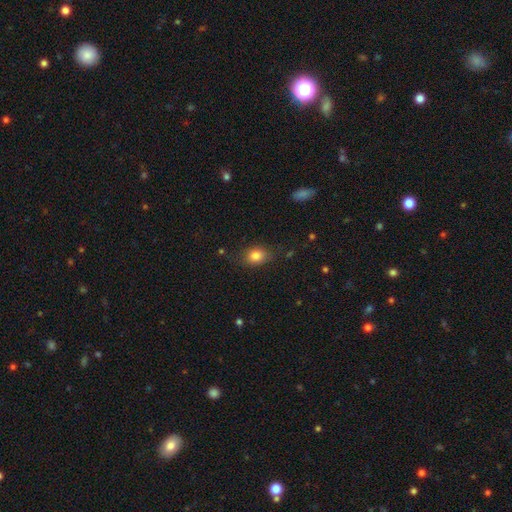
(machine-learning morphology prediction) Smooth or featured?
  - smooth: 83% *
  - star or artifact: 10%
  - featured or disk: 7%
How rounded?
  - in between: 62% *
  - round: 37%
  - cigar-shaped: 1%
Merging?
  - none: 77% *
  - minor disturbance: 17%
  - major disturbance: 5%
  - merger: 2%